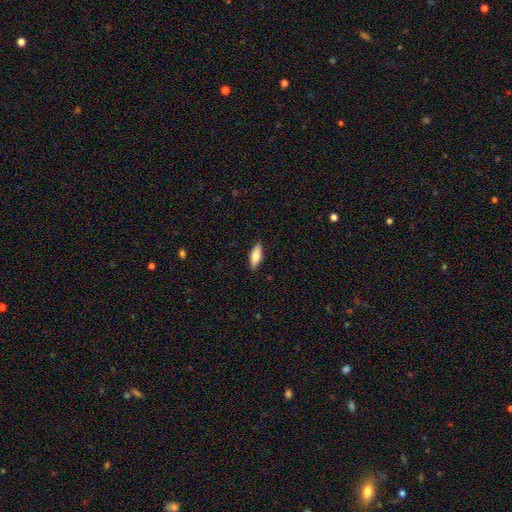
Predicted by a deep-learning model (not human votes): Smooth or featured?
  - smooth: 75% *
  - featured or disk: 19%
  - star or artifact: 6%
How rounded?
  - in between: 65% *
  - cigar-shaped: 33%
  - round: 2%
Merging?
  - none: 88% *
  - minor disturbance: 9%
  - major disturbance: 2%
  - merger: 1%